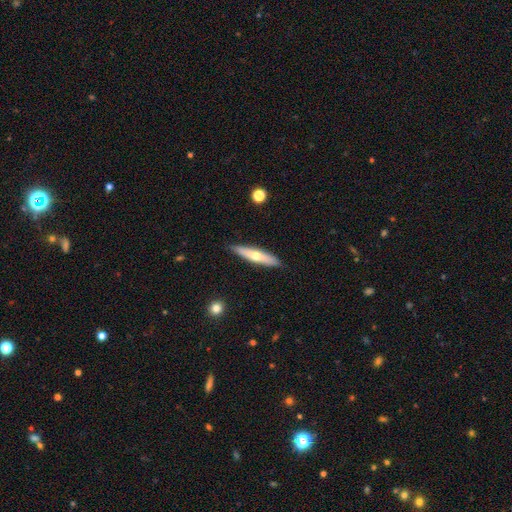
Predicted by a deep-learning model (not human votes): Smooth or featured? Predicted: smooth (p=0.52). How rounded? Predicted: cigar-shaped (p=0.82). Merging? Predicted: none (p=0.87).